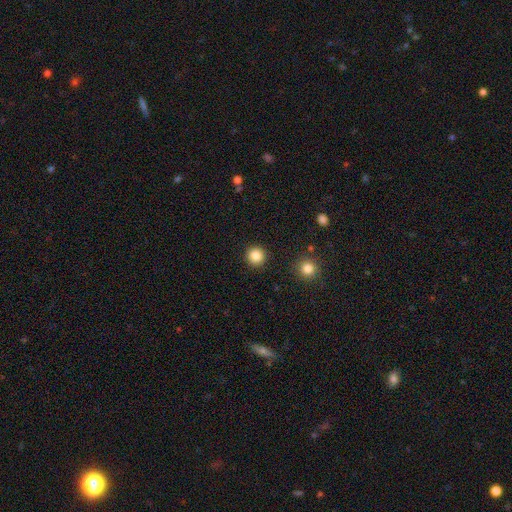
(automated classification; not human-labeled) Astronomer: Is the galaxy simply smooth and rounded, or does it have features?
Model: smooth — 85%.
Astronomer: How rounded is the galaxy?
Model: round — 95%.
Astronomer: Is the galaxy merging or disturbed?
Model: none — 92%.